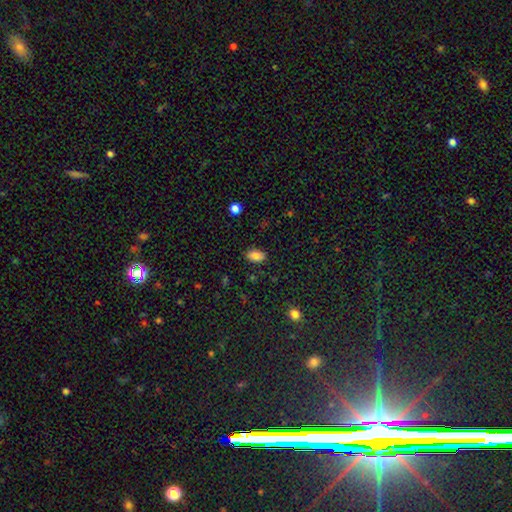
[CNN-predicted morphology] smooth-or-featured: smooth: 84% | star or artifact: 10% | featured or disk: 7%
  how-rounded: in between: 89% | round: 9% | cigar-shaped: 2%
  merging: none: 86% | minor disturbance: 10% | major disturbance: 2% | merger: 1%